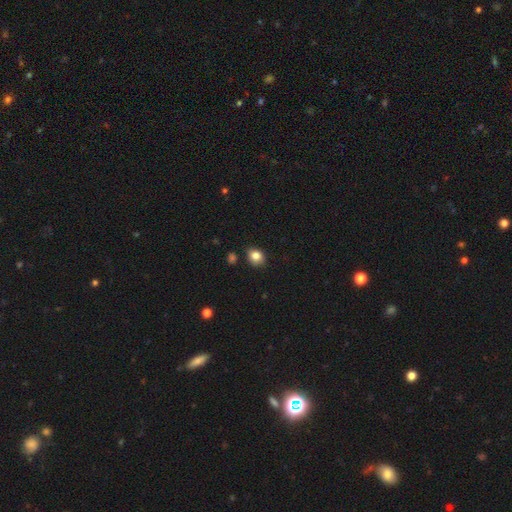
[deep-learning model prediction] smooth-or-featured: smooth: 83% | star or artifact: 10% | featured or disk: 7%
  how-rounded: in between: 51% | round: 48% | cigar-shaped: 1%
  merging: none: 79% | minor disturbance: 16% | major disturbance: 3% | merger: 2%